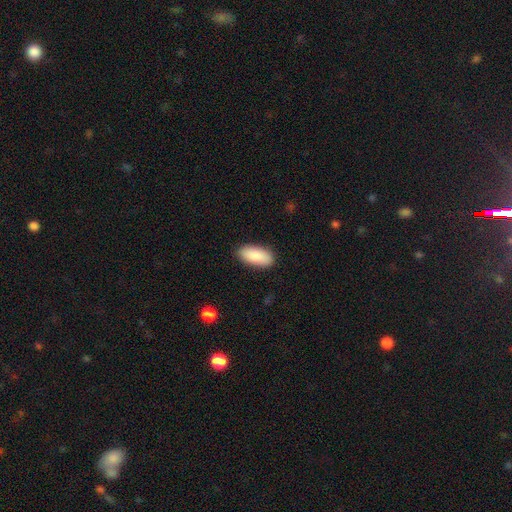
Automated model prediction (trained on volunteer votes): A smooth galaxy with no disk features (89%) that is in between round and cigar-shaped (89%).

Vote fractions:
- Smooth or featured? smooth: 89% / featured or disk: 6% / star or artifact: 6%
- How rounded? in between: 89% / cigar-shaped: 9% / round: 2%
- Merging? none: 87% / minor disturbance: 10% / major disturbance: 2% / merger: 1%